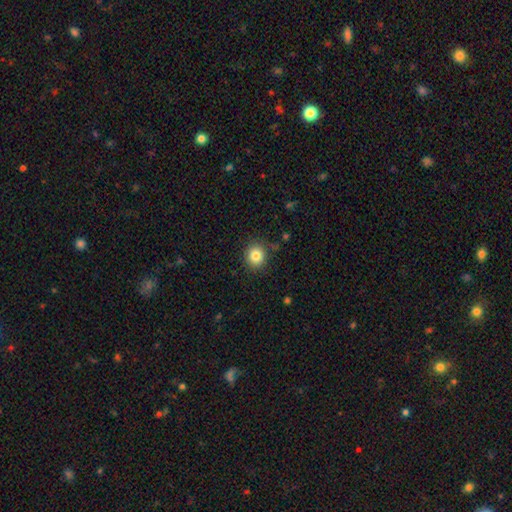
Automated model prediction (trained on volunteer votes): smooth 83%, star or artifact 11%, featured or disk 6%. Down the decision tree: how rounded — round (85%); merging — none (87%).